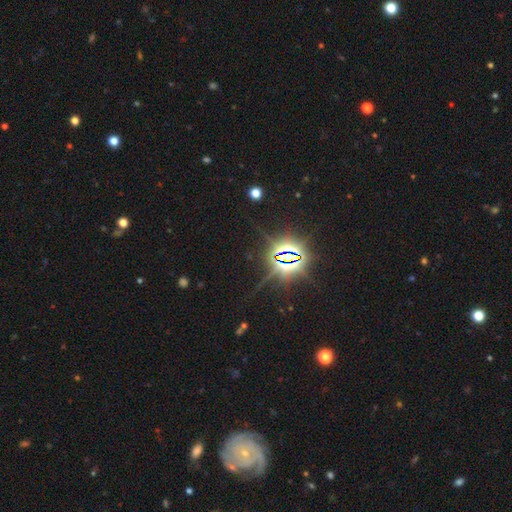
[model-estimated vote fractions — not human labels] Smooth or featured? star or artifact (85%)